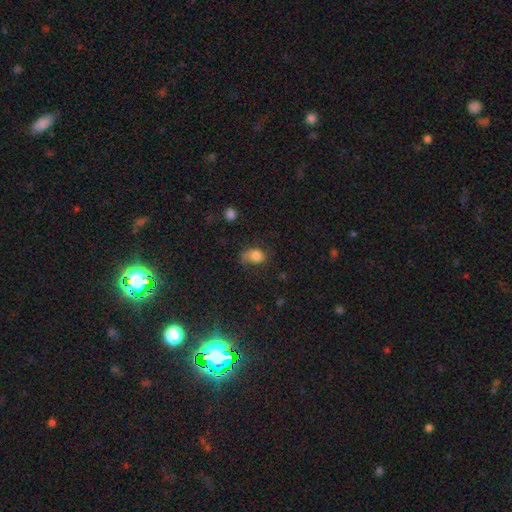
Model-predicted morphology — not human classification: A smooth galaxy with no disk features (75%) that is in between round and cigar-shaped (66%).

Vote fractions:
- Smooth or featured? smooth: 75% / featured or disk: 14% / star or artifact: 11%
- How rounded? in between: 66% / round: 33% / cigar-shaped: 1%
- Merging? none: 47% / minor disturbance: 30% / major disturbance: 20% / merger: 3%